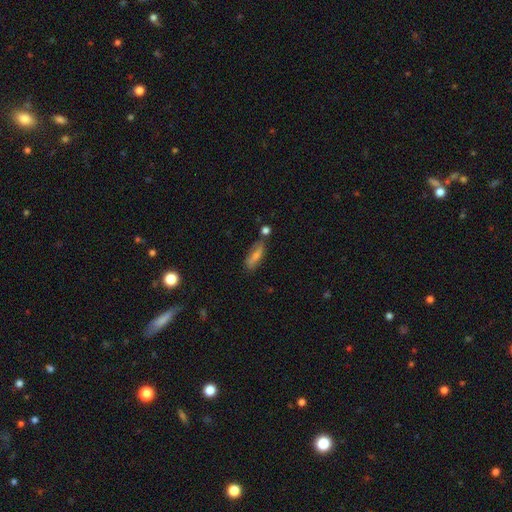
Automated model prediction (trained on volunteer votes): Smooth or featured? smooth (55%)
How rounded? cigar-shaped (50%)
Merging? none (71%)